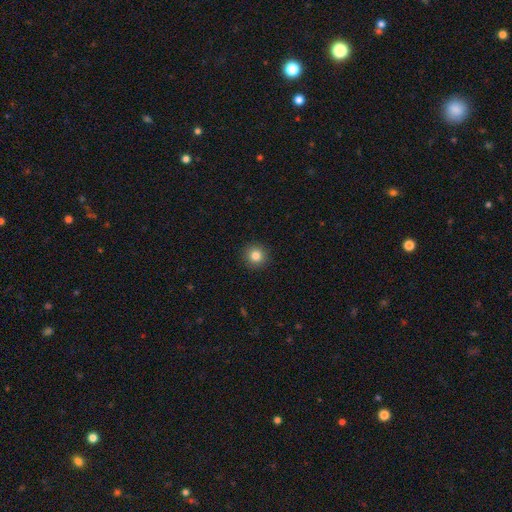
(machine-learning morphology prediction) smooth 84%, star or artifact 11%, featured or disk 6%. Down the decision tree: how rounded — round (94%); merging — none (92%).